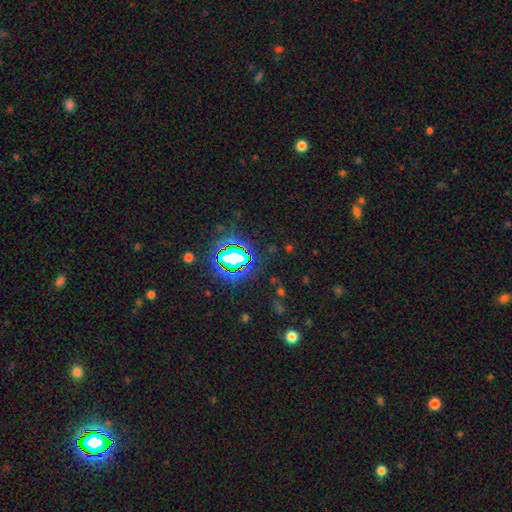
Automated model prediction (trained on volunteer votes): star or artifact 80%, smooth 12%, featured or disk 7%.